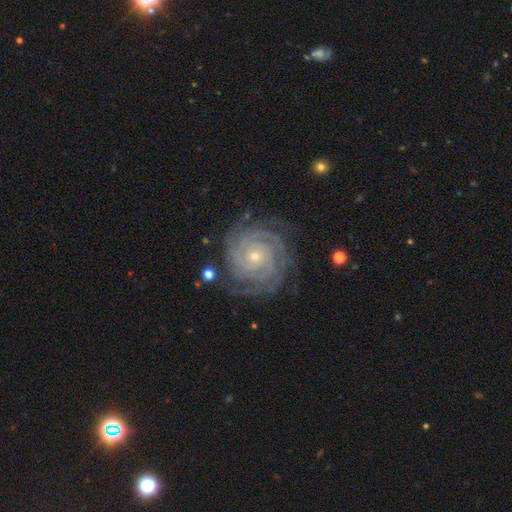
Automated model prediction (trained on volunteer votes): smooth_or_featured: featured or disk (p=0.90) [alt: star or artifact p=0.06]
disk_edge_on: no (p=0.98) [alt: yes p=0.02]
bar: no (p=0.80) [alt: weak p=0.15]
has_spiral_arms: yes (p=0.98) [alt: no p=0.02]
spiral_winding: tight (p=0.85) [alt: medium p=0.13]
spiral_arm_count: 4 (p=0.28) [alt: 3 p=0.23]
bulge_size: small (p=0.77) [alt: moderate p=0.19]
merging: none (p=0.79) [alt: minor disturbance p=0.14]